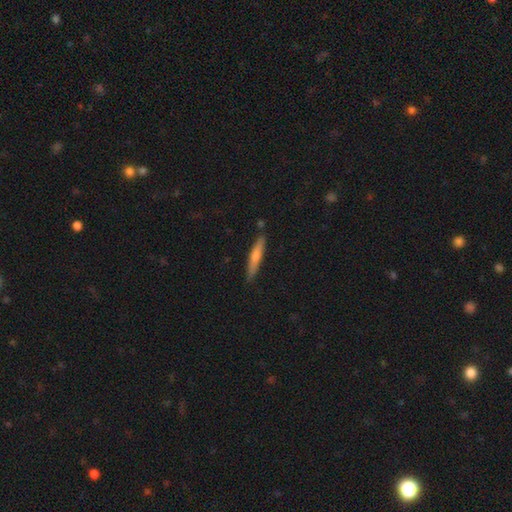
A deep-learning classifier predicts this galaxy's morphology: Q: Smooth or featured?
A: smooth (63%); runner-up: featured or disk (32%)
Q: How rounded?
A: cigar-shaped (92%); runner-up: in between (7%)
Q: Merging?
A: none (84%); runner-up: minor disturbance (11%)